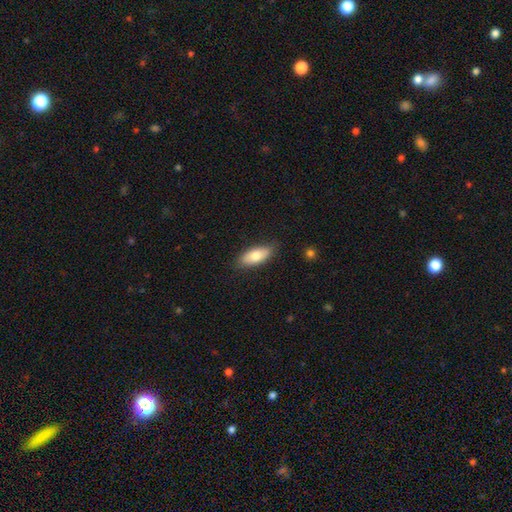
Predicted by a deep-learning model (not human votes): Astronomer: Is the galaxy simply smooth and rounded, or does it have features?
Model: smooth — 75%.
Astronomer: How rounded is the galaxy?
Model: in between — 83%.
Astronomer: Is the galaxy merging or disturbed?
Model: none — 83%.